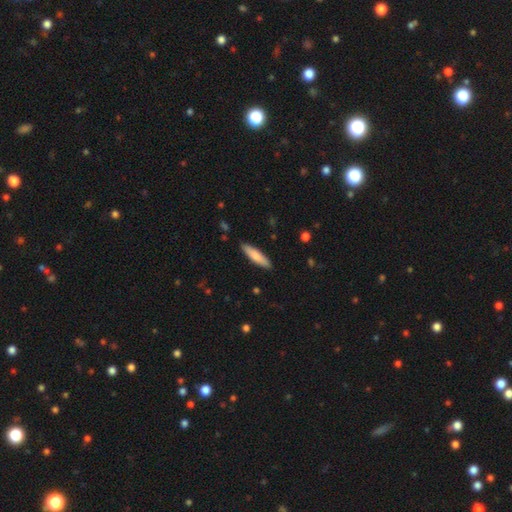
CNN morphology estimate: smooth_or_featured: smooth (p=0.75) [alt: featured or disk p=0.20]
how_rounded: cigar-shaped (p=0.76) [alt: in between p=0.23]
merging: none (p=0.89) [alt: minor disturbance p=0.08]